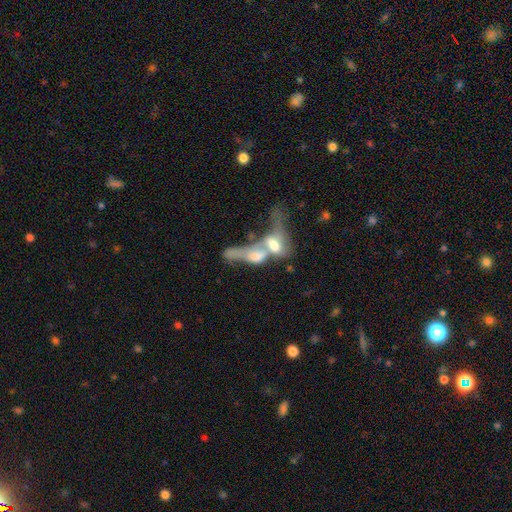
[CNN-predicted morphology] featured or disk 48%, smooth 41%, star or artifact 10%. Down the decision tree: merging — merger (78%).